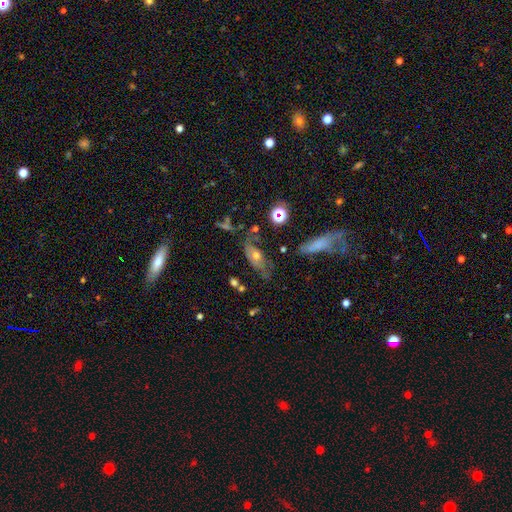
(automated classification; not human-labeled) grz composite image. It shows a featured or disk galaxy (48%). Merging: none (45%).